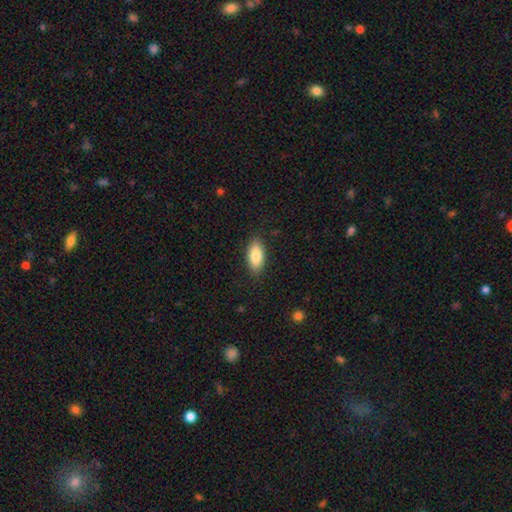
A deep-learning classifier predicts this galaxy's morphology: Smooth or featured? smooth (85%)
How rounded? in between (88%)
Merging? none (87%)